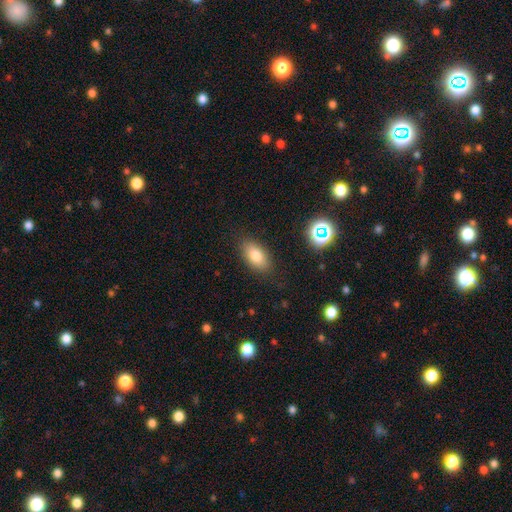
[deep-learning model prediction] Smooth or featured: smooth — 79% (featured or disk — 12%)
How rounded: in between — 90% (round — 6%)
Merging: none — 84% (minor disturbance — 12%)